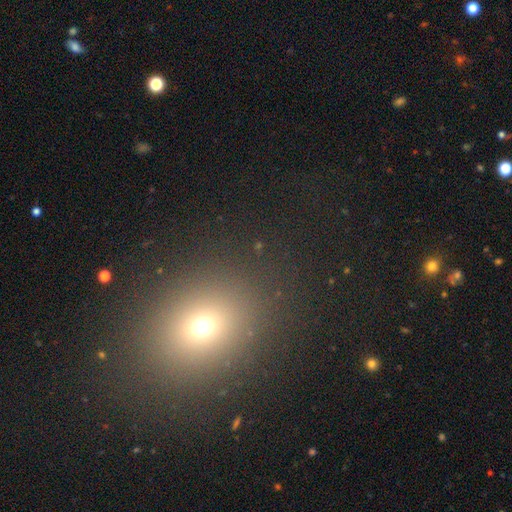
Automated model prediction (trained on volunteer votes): Smooth or featured? smooth (60%)
How rounded? round (52%)
Merging? none (87%)